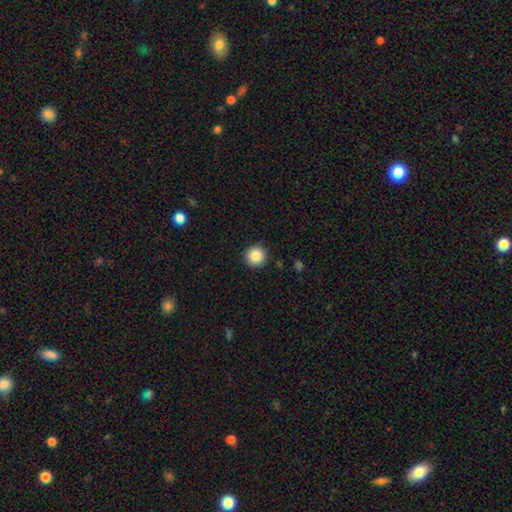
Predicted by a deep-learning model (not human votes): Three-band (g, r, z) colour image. It shows a smooth galaxy with no disk features (87%) that is round (96%). Merging: none (92%).